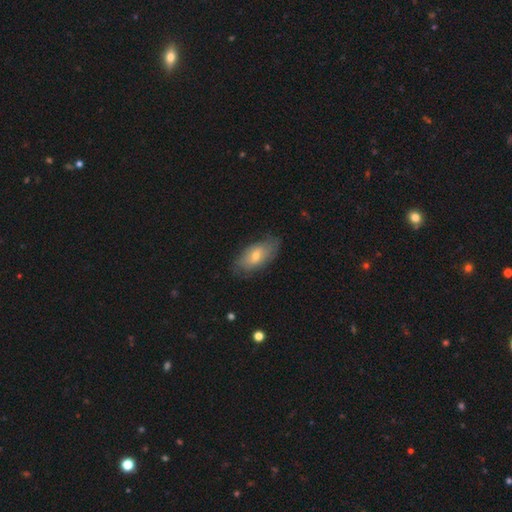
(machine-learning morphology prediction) Q: Smooth or featured?
A: smooth (58%); runner-up: featured or disk (35%)
Q: How rounded?
A: in between (90%); runner-up: cigar-shaped (6%)
Q: Merging?
A: none (72%); runner-up: minor disturbance (22%)